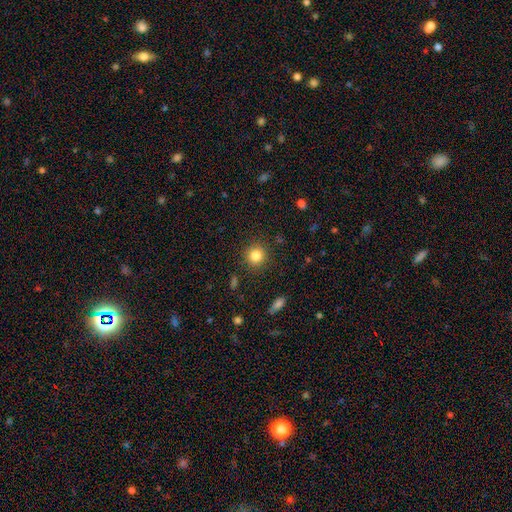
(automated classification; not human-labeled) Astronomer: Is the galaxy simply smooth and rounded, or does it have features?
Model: smooth — 84%.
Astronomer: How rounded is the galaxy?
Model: round — 92%.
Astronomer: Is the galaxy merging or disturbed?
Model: none — 89%.